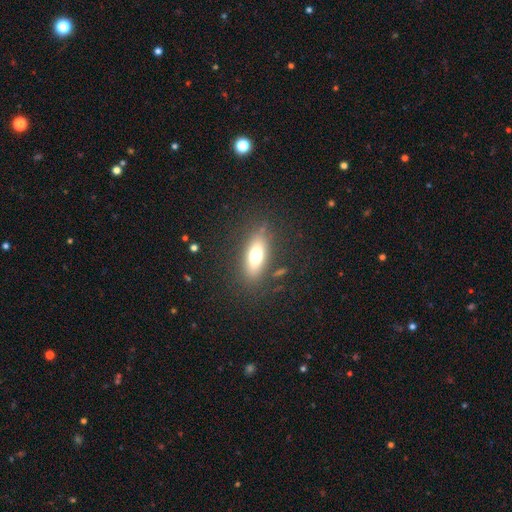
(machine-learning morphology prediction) smooth-or-featured: smooth: 68% | featured or disk: 22% | star or artifact: 10%
  how-rounded: in between: 71% | cigar-shaped: 24% | round: 5%
  merging: none: 82% | minor disturbance: 11% | major disturbance: 5% | merger: 2%